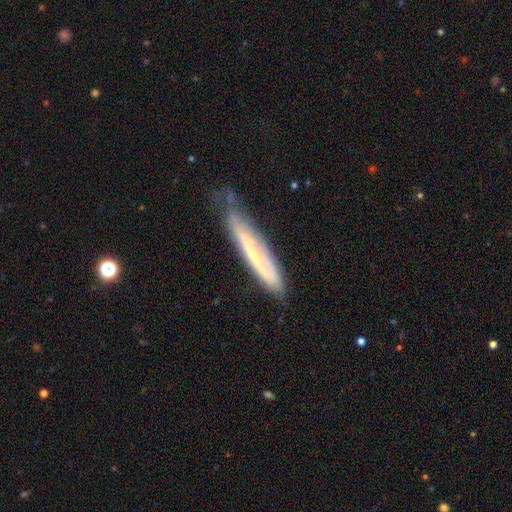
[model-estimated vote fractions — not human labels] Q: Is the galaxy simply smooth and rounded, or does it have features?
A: featured or disk — 61%.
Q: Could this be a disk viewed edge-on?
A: yes — 61%.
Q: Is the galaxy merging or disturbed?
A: none — 54%.